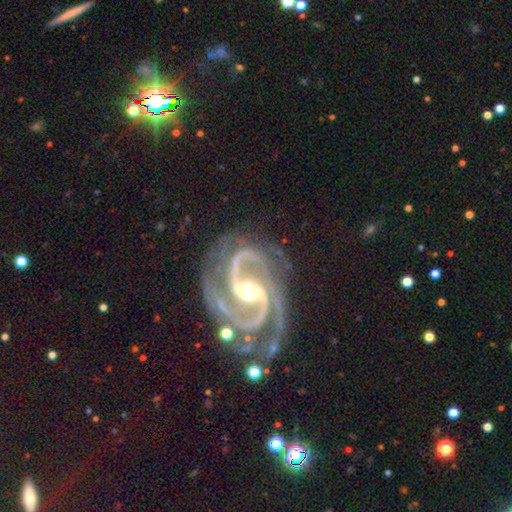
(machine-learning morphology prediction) Smooth or featured? featured or disk (93%)
Edge-on disk? no (98%)
Bar? strong (38%)
Spiral arms? yes (99%)
Spiral winding? medium (55%)
Spiral arm count? 2 (64%)
Bulge size? moderate (55%)
Merging? none (69%)